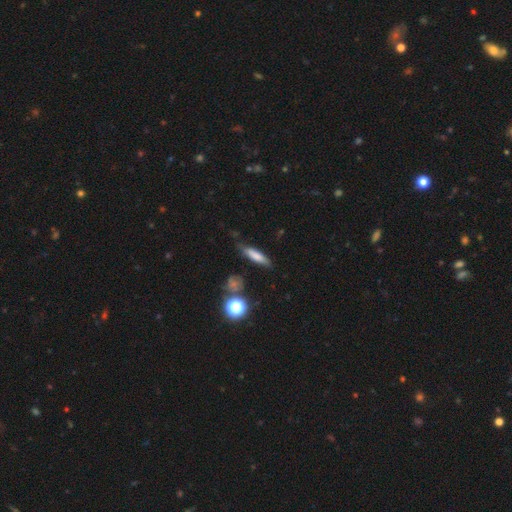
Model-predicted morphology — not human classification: This appears to be a smooth galaxy with no disk features (72%) that is cigar-shaped (73%). Merging: none (72%).